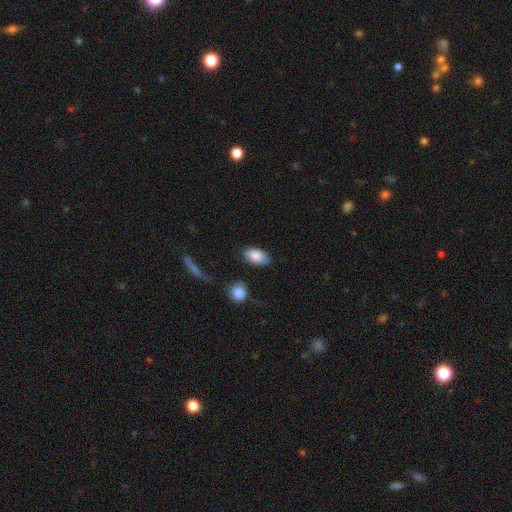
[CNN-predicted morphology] This appears to be a smooth galaxy with no disk features (86%) that is in between round and cigar-shaped (94%). Merging: none (77%).